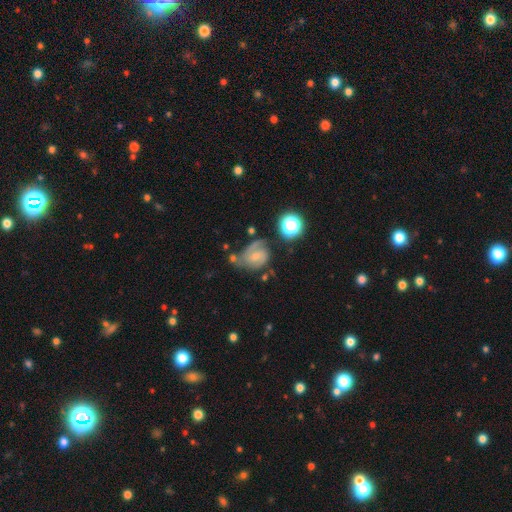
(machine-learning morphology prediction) Smooth or featured? Predicted: featured or disk (p=0.62). Edge-on disk? Predicted: no (p=0.97). Bar? Predicted: no (p=0.50). Spiral arms? Predicted: yes (p=0.88). Spiral winding? Predicted: medium (p=0.44). Spiral arm count? Predicted: 2 (p=0.52). Bulge size? Predicted: small (p=0.56). Merging? Predicted: none (p=0.43).